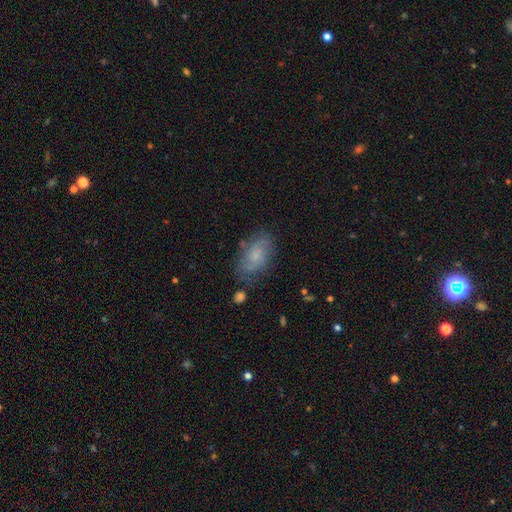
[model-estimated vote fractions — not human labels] featured or disk 47%, smooth 43%, star or artifact 10%. Down the decision tree: merging — none (69%).